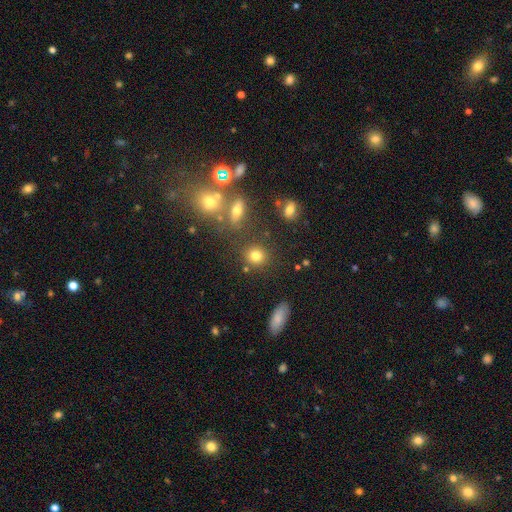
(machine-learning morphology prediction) This is likely a smooth galaxy (78%). How rounded: clearly round (83%). Merging: likely none (79%).